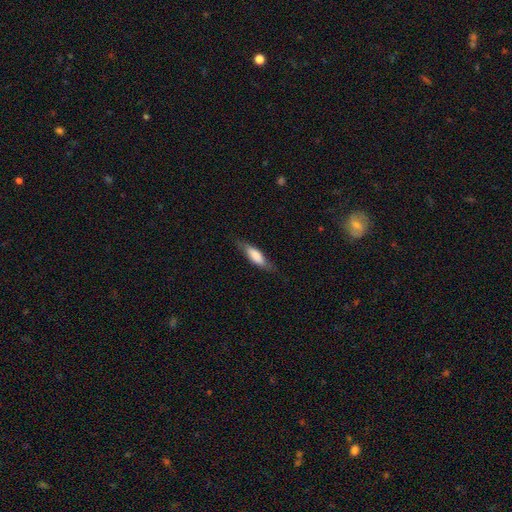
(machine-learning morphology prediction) Overall: smooth (74%). How rounded: in between (50%; cigar-shaped 48%). Merging: none (74%).